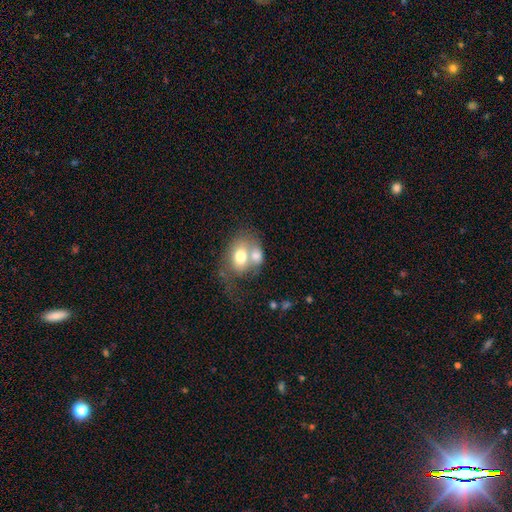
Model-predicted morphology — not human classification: Smooth or featured?
  - smooth: 67% *
  - featured or disk: 26%
  - star or artifact: 8%
How rounded?
  - in between: 68% *
  - round: 31%
  - cigar-shaped: 1%
Merging?
  - merger: 61% *
  - none: 20%
  - minor disturbance: 10%
  - major disturbance: 9%